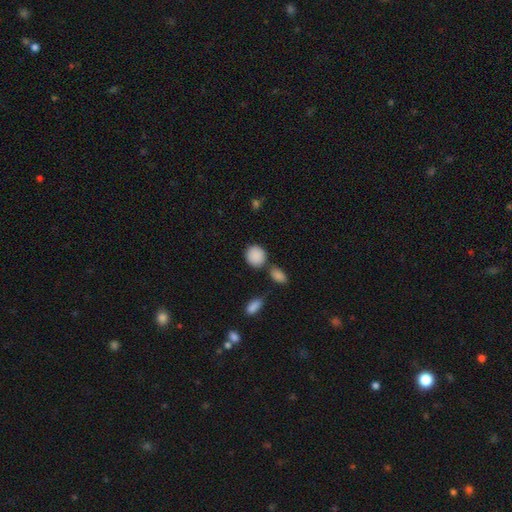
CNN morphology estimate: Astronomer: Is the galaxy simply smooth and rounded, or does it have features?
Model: smooth — 89%.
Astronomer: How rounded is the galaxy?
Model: round — 74%.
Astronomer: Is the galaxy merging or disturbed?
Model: none — 71%.